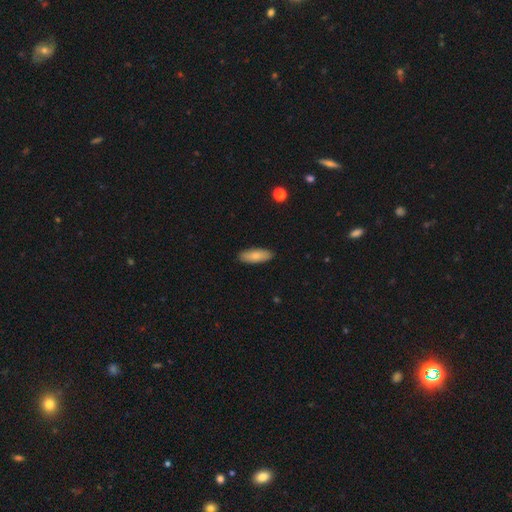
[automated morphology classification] Smooth or featured?
  - smooth: 82% *
  - featured or disk: 12%
  - star or artifact: 6%
How rounded?
  - in between: 68% *
  - cigar-shaped: 30%
  - round: 2%
Merging?
  - none: 90% *
  - minor disturbance: 8%
  - major disturbance: 2%
  - merger: 1%